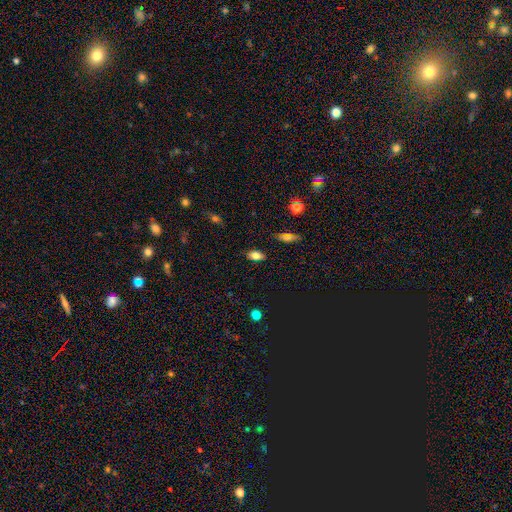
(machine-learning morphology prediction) smooth_or_featured: smooth (p=0.80) [alt: star or artifact p=0.11]
how_rounded: in between (p=0.87) [alt: round p=0.09]
merging: none (p=0.87) [alt: minor disturbance p=0.10]